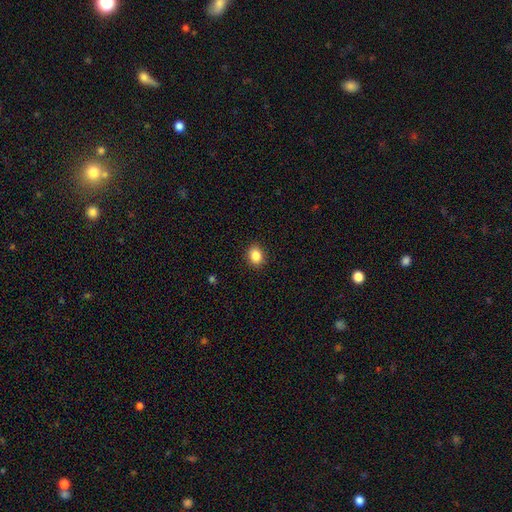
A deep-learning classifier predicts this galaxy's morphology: This appears to be a smooth galaxy with no disk features (87%) that is in between round and cigar-shaped (53%). Merging: none (91%).